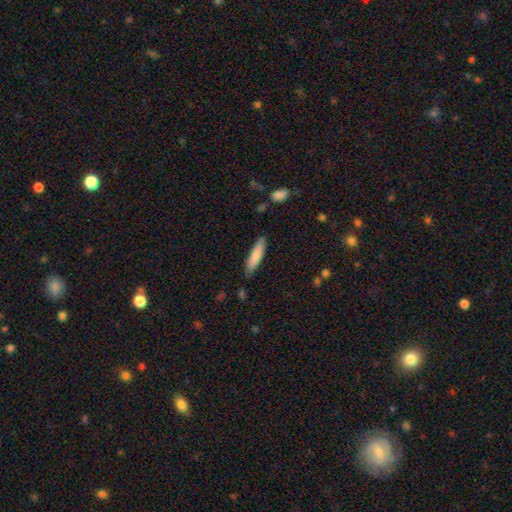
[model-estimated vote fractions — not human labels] Smooth or featured: smooth — 81% (featured or disk — 14%)
How rounded: cigar-shaped — 74% (in between — 25%)
Merging: none — 83% (minor disturbance — 13%)